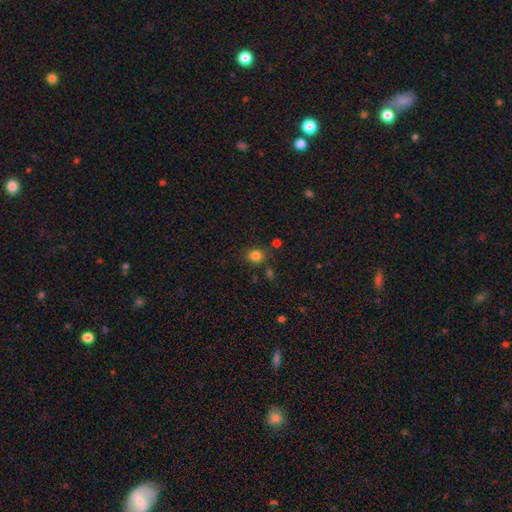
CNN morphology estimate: Smooth or featured? Predicted: smooth (p=0.82). How rounded? Predicted: round (p=0.68). Merging? Predicted: none (p=0.80).